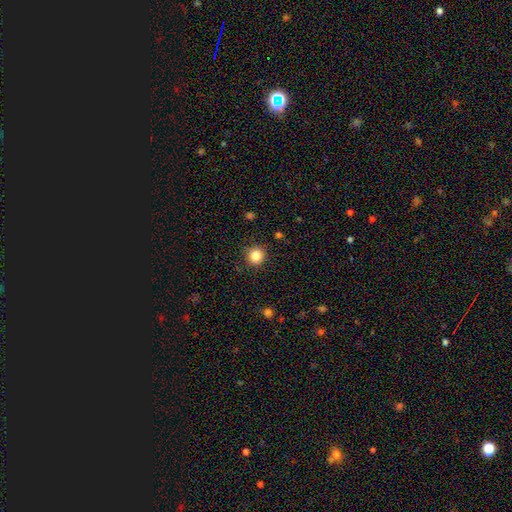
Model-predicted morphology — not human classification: Overall: smooth (84%). How rounded: round (91%). Merging: none (90%).